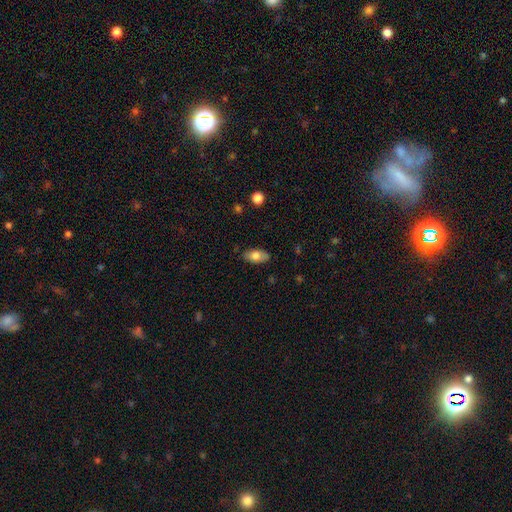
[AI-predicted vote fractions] This is likely a smooth galaxy (76%). How rounded: clearly in between (91%). Merging: clearly none (84%).